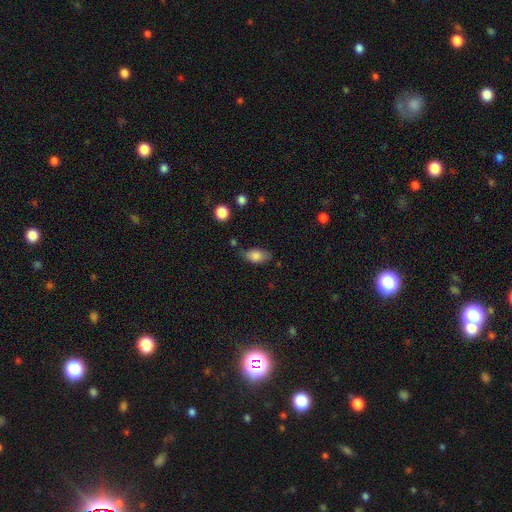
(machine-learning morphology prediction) smooth 80%, featured or disk 13%, star or artifact 7%. Down the decision tree: how rounded — in between (88%); merging — none (68%).